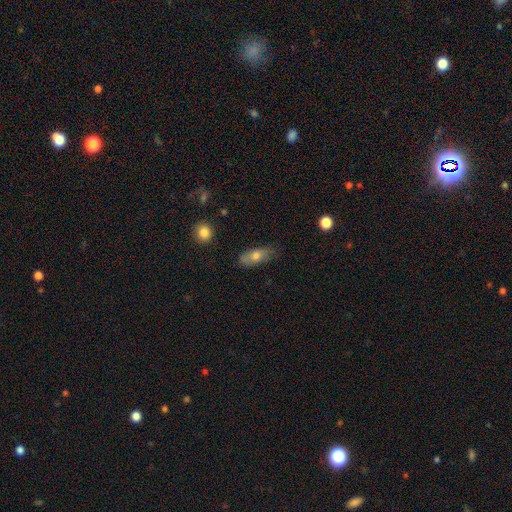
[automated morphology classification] Smooth or featured? smooth (69%)
How rounded? in between (75%)
Merging? none (72%)